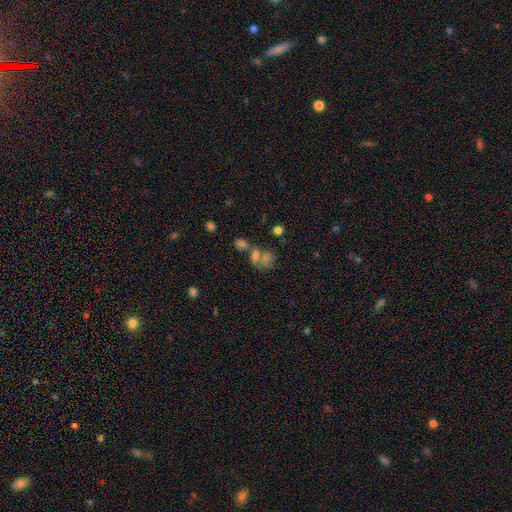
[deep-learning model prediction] A smooth galaxy with no disk features (65%) that is in between round and cigar-shaped (58%). Merging: merger (49%).